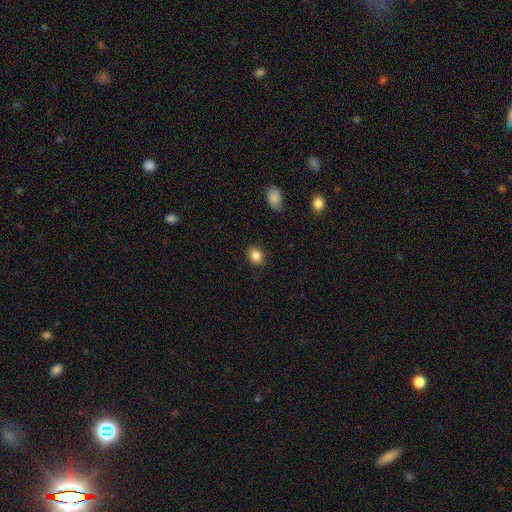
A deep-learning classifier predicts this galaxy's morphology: Smooth or featured? Predicted: smooth (p=0.86). How rounded? Predicted: round (p=0.50). Merging? Predicted: none (p=0.86).